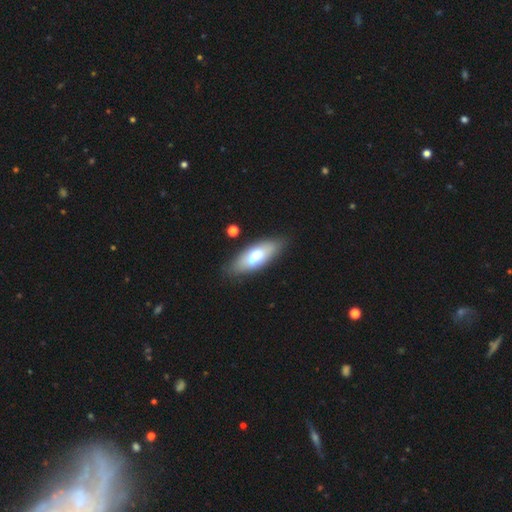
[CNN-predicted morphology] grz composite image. It shows a smooth galaxy with no disk features (61%) that is in between round and cigar-shaped (76%). Merging: none (80%).